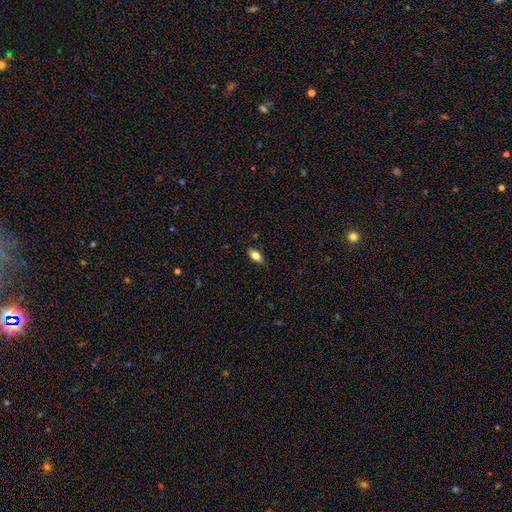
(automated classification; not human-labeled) smooth 78%, featured or disk 14%, star or artifact 8%. Down the decision tree: how rounded — in between (88%); merging — none (86%).